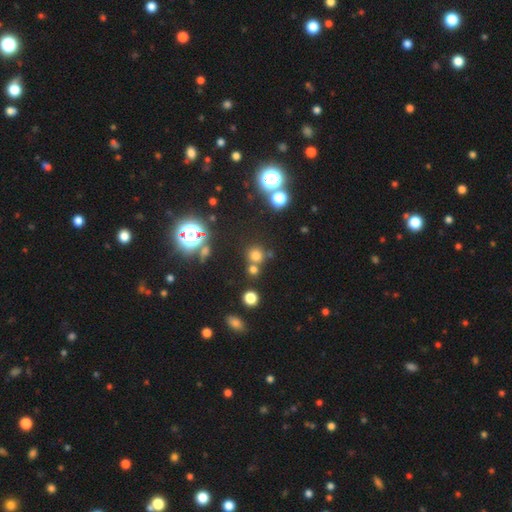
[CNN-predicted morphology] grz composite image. It shows a smooth galaxy with no disk features (64%) that is round (90%). Merging: none (66%).